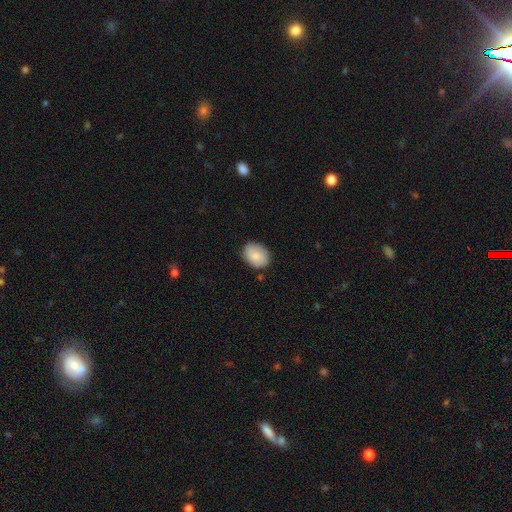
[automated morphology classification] Smooth or featured? Predicted: smooth (p=0.77). How rounded? Predicted: in between (p=0.59). Merging? Predicted: none (p=0.81).